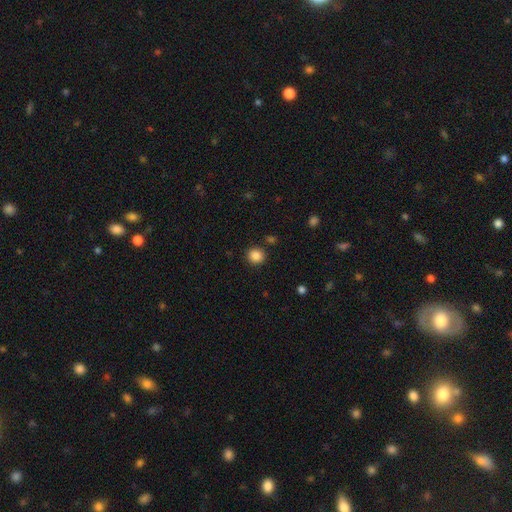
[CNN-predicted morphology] Smooth or featured? smooth (87%)
How rounded? round (89%)
Merging? none (89%)